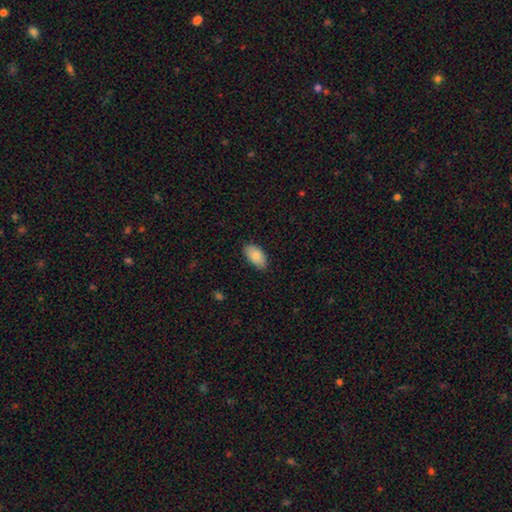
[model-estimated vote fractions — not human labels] This appears to be a smooth galaxy with no disk features (83%) that is in between round and cigar-shaped (94%). Merging: none (83%).